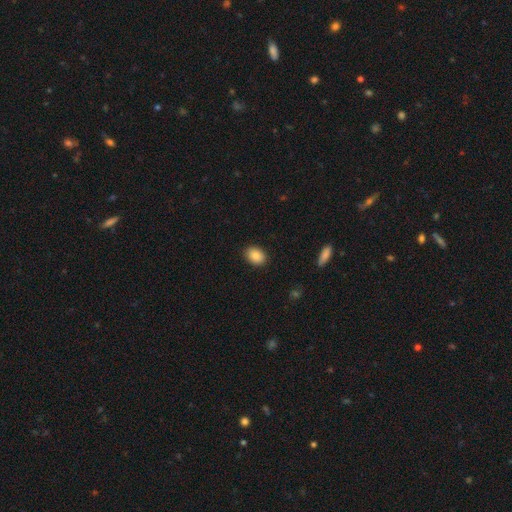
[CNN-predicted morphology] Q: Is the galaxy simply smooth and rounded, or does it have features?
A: smooth — 85%.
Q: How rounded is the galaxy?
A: in between — 72%.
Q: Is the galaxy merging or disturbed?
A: none — 89%.